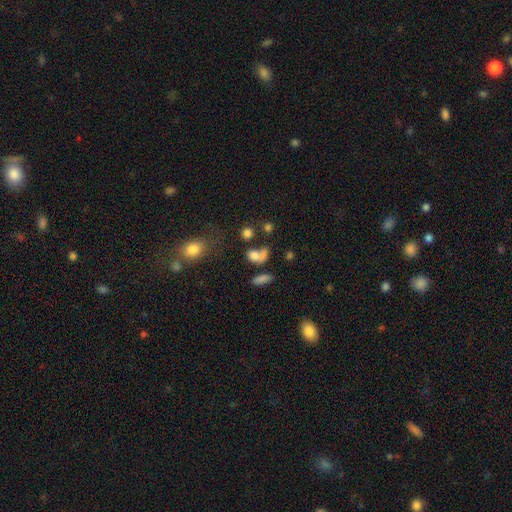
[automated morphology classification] smooth_or_featured: smooth (p=0.73) [alt: star or artifact p=0.14]
how_rounded: in between (p=0.58) [alt: round p=0.38]
merging: none (p=0.37) [alt: merger p=0.34]